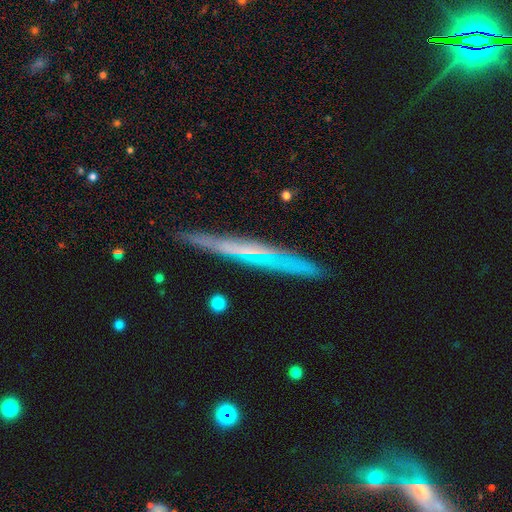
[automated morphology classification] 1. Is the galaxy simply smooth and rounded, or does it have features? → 65% featured or disk, 27% smooth, 7% star or artifact.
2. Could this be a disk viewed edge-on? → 88% yes, 12% no.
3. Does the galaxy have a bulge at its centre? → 82% none, 11% rounded, 7% boxy.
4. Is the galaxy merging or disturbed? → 81% none, 14% minor disturbance, 3% major disturbance, 2% merger.